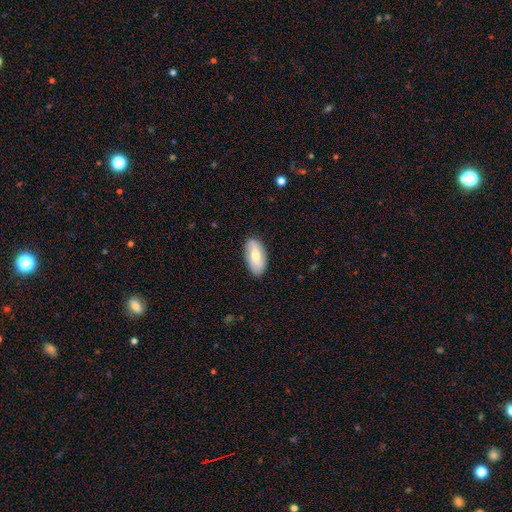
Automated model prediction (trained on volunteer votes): Morphology: type=smooth (54%); roundness=in between (90%); merging=none (86%).